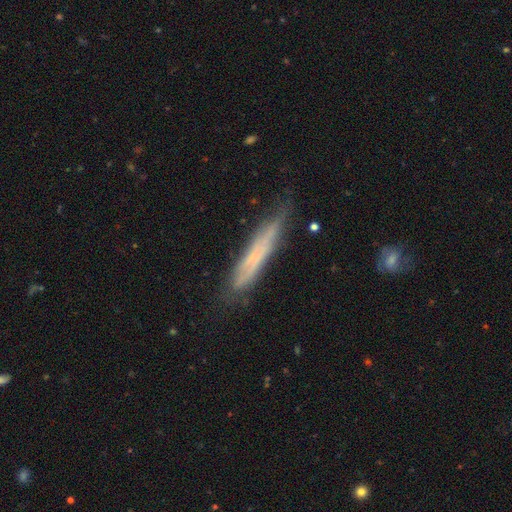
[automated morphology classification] Q: Smooth or featured?
A: smooth (51%); runner-up: featured or disk (41%)
Q: How rounded?
A: cigar-shaped (91%); runner-up: in between (8%)
Q: Merging?
A: none (67%); runner-up: minor disturbance (24%)